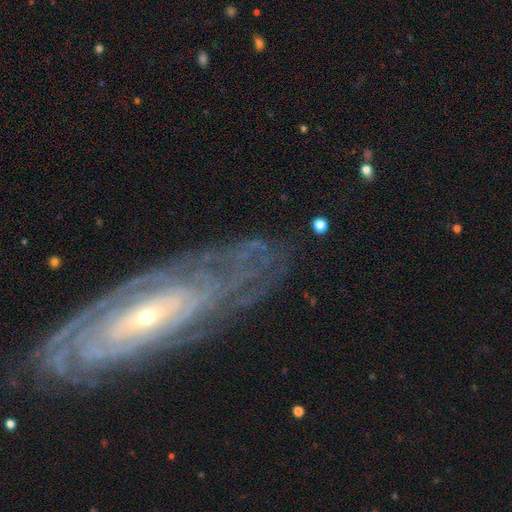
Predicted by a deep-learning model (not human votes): Smooth or featured? Predicted: featured or disk (p=0.84). Edge-on disk? Predicted: no (p=0.89). Bar? Predicted: no (p=0.64). Spiral arms? Predicted: yes (p=0.91). Spiral winding? Predicted: tight (p=0.80). Spiral arm count? Predicted: can't tell (p=0.49). Bulge size? Predicted: small (p=0.76). Merging? Predicted: none (p=0.75).